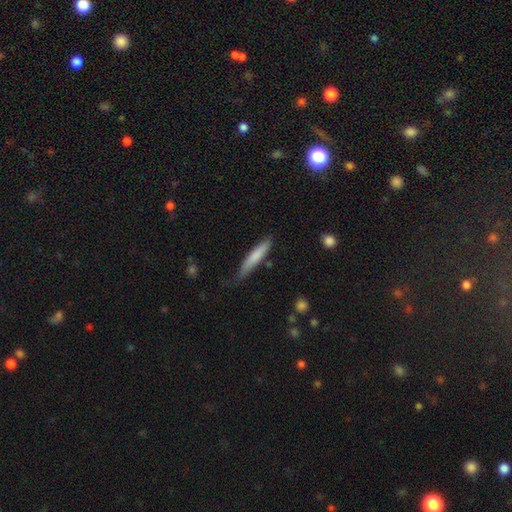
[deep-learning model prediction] The model was most divided on "merging": none: 69%, minor disturbance: 24%, major disturbance: 4%, merger: 2%. More confident: how rounded — cigar-shaped (90%); smooth or featured — smooth (74%).